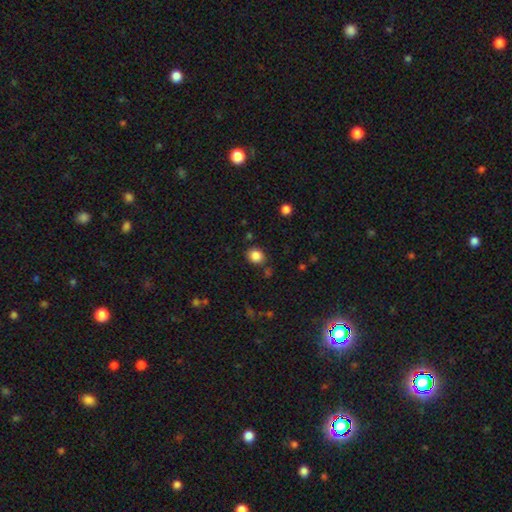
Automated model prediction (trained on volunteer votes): Smooth or featured?
  - smooth: 85% *
  - star or artifact: 10%
  - featured or disk: 4%
How rounded?
  - round: 69% *
  - in between: 30%
  - cigar-shaped: 1%
Merging?
  - none: 84% *
  - minor disturbance: 10%
  - merger: 3%
  - major disturbance: 3%